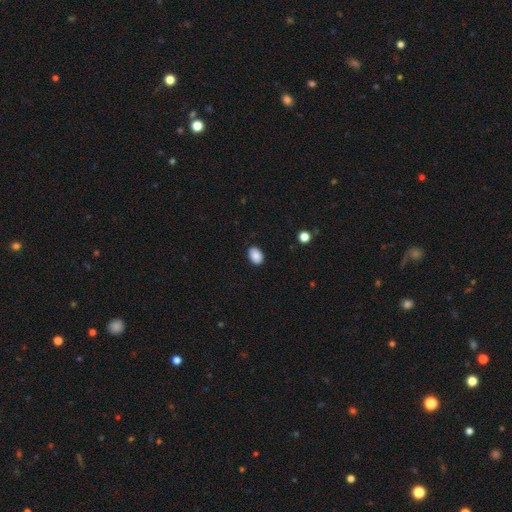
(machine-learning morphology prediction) Smooth or featured? smooth (88%)
How rounded? in between (81%)
Merging? none (86%)